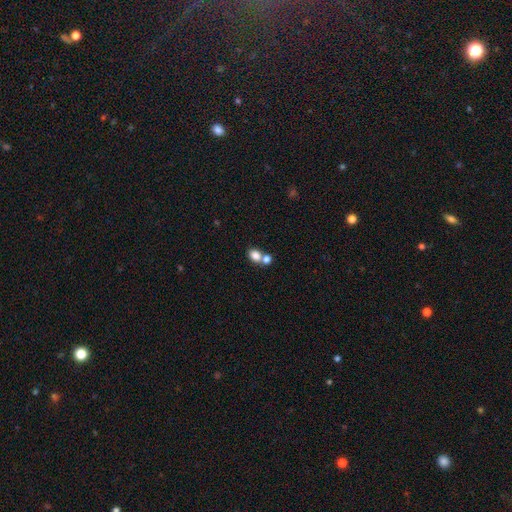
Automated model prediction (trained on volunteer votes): This is clearly a smooth galaxy (81%). How rounded: likely in between (61%). Merging: marginally none (45%).